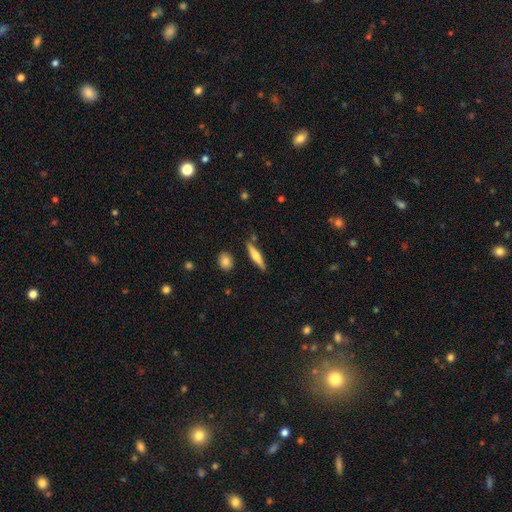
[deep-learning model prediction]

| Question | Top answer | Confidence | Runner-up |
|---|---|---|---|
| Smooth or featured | smooth | 50% | featured or disk (44%) |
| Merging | none | 84% | minor disturbance (10%) |